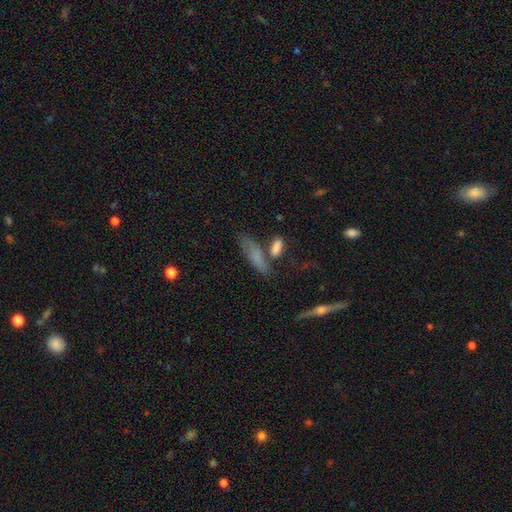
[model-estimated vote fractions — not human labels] Smooth or featured? smooth (67%)
How rounded? cigar-shaped (54%)
Merging? none (56%)